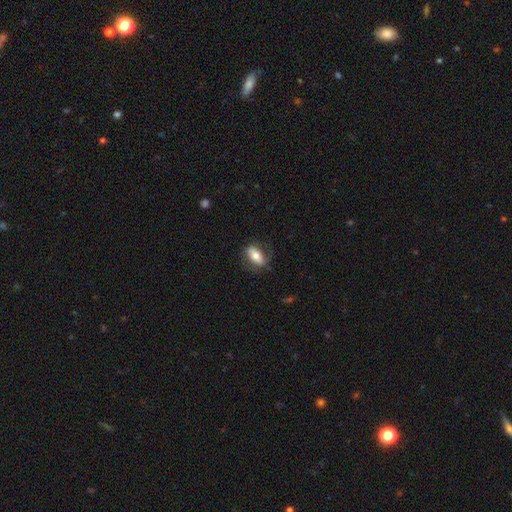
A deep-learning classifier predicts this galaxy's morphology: This appears to be a smooth galaxy with no disk features (62%) that is in between round and cigar-shaped (80%). Merging: none (73%).